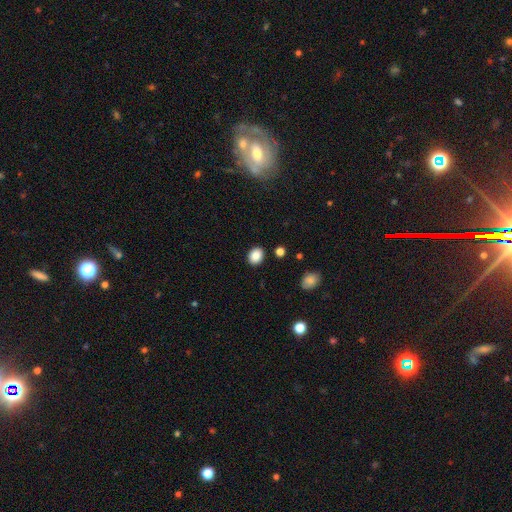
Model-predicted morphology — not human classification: The model was most divided on "how rounded": in between: 55%, round: 44%, cigar-shaped: 1%. More confident: merging — none (88%); smooth or featured — smooth (88%).